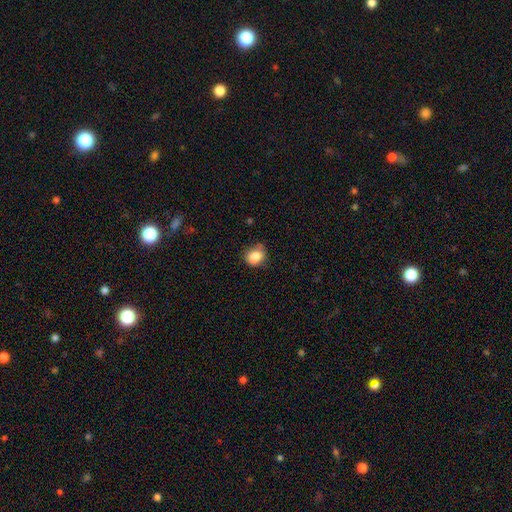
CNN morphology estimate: Smooth or featured?
  - smooth: 83% *
  - star or artifact: 9%
  - featured or disk: 8%
How rounded?
  - round: 54% *
  - in between: 45%
  - cigar-shaped: 1%
Merging?
  - none: 61% *
  - minor disturbance: 29%
  - major disturbance: 7%
  - merger: 3%